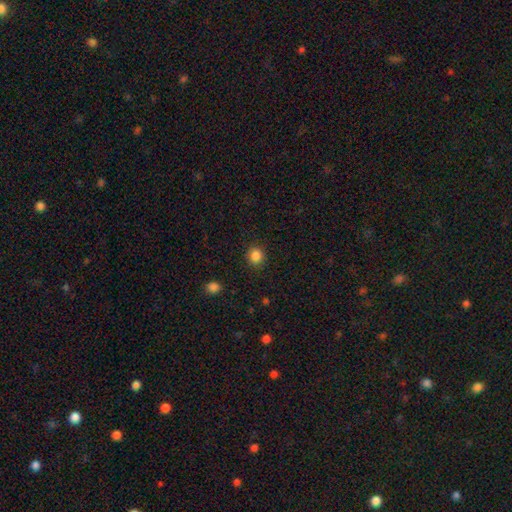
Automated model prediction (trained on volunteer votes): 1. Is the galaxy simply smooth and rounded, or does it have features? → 85% smooth, 11% star or artifact, 4% featured or disk.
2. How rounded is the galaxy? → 87% round, 12% in between, 1% cigar-shaped.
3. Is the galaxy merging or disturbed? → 90% none, 7% minor disturbance, 2% major disturbance, 1% merger.